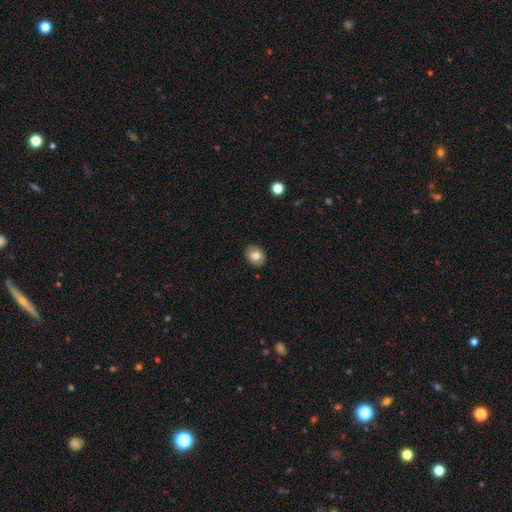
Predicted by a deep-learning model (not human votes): Morphology: type=smooth (77%); roundness=in between (63%); merging=none (87%).